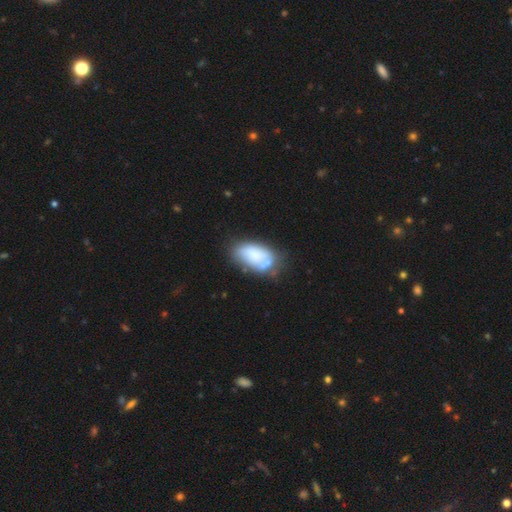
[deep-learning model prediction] smooth_or_featured: smooth (p=0.64) [alt: featured or disk p=0.28]
how_rounded: in between (p=0.93) [alt: round p=0.04]
merging: none (p=0.45) [alt: minor disturbance p=0.26]